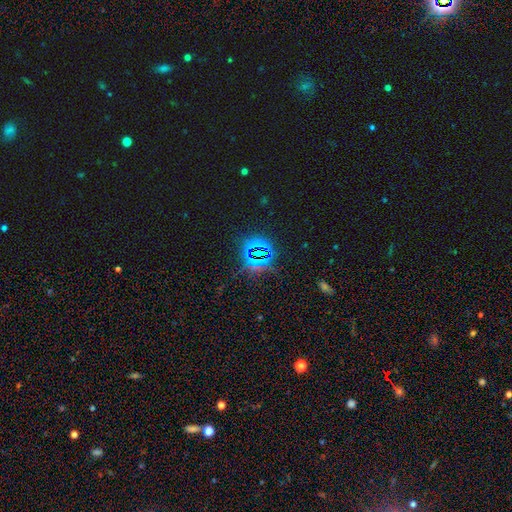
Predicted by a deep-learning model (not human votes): Overall: star or artifact (77%).